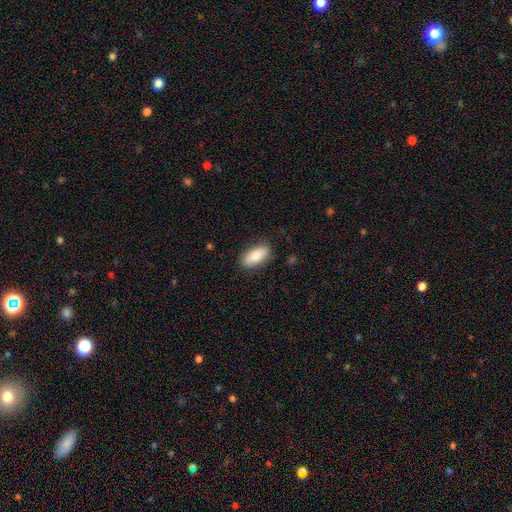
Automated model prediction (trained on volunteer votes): Q: Smooth or featured?
A: smooth (81%); runner-up: featured or disk (12%)
Q: How rounded?
A: in between (83%); runner-up: cigar-shaped (14%)
Q: Merging?
A: none (84%); runner-up: minor disturbance (12%)